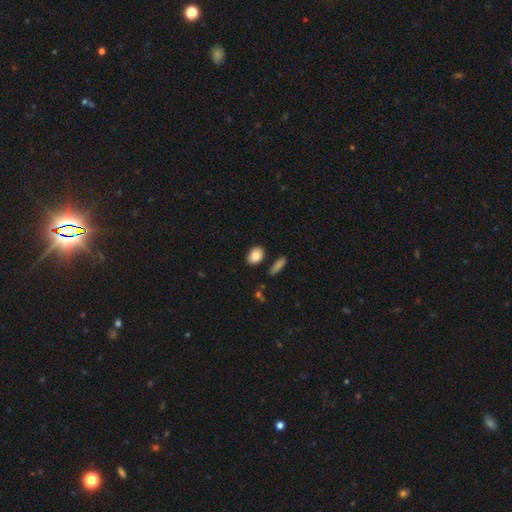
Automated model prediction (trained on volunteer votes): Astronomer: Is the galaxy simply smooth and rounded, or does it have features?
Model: smooth — 88%.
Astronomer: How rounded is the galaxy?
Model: in between — 76%.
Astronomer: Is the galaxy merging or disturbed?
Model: none — 83%.